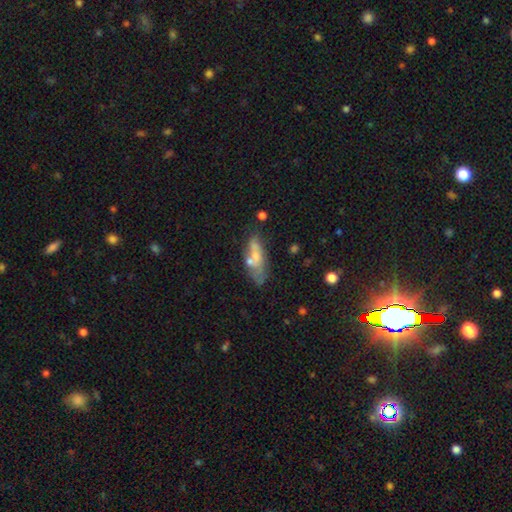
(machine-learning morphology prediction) Smooth or featured?
  - smooth: 51% *
  - featured or disk: 38%
  - star or artifact: 11%
How rounded?
  - in between: 55% *
  - cigar-shaped: 41%
  - round: 4%
Merging?
  - none: 48% *
  - minor disturbance: 24%
  - merger: 15%
  - major disturbance: 12%